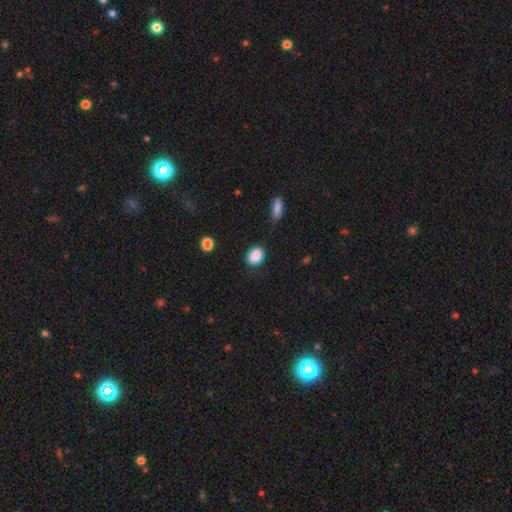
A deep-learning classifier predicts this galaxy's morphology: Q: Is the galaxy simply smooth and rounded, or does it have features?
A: smooth — 87%.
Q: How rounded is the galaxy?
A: round — 50%.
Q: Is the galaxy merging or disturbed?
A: none — 70%.